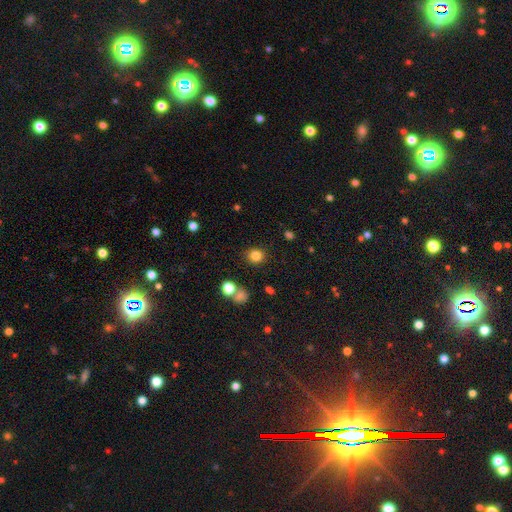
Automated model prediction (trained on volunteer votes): smooth-or-featured: smooth: 82% | star or artifact: 13% | featured or disk: 5%
  how-rounded: round: 84% | in between: 15% | cigar-shaped: 1%
  merging: none: 86% | minor disturbance: 8% | merger: 3% | major disturbance: 3%